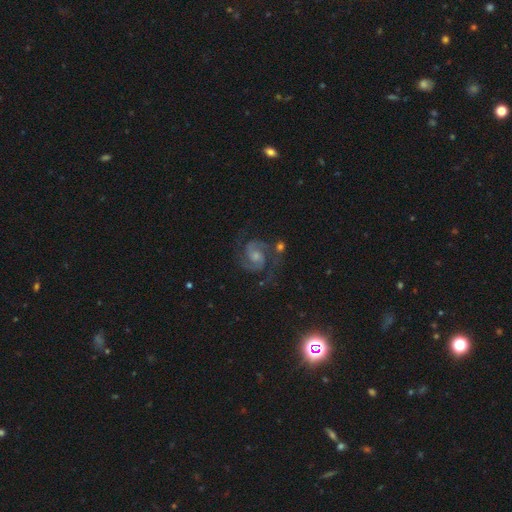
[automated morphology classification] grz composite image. It shows a featured or disk galaxy (88%) with a weak bar (44%, tied with no), 2 (91%) medium (59%) spiral arms (98%) and a small central bulge (46%). Merging: none (76%).